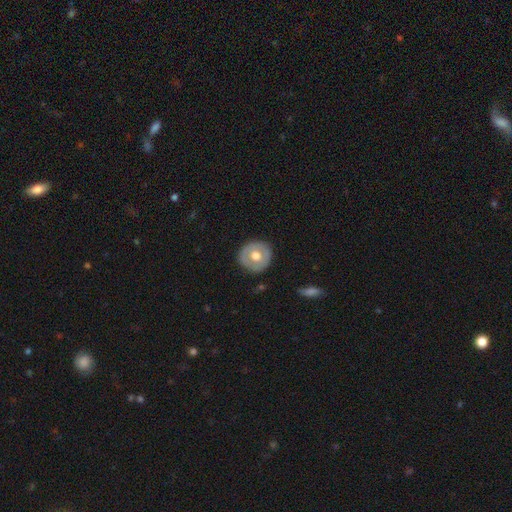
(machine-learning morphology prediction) type=smooth (52%); roundness=round (91%); merging=none (88%).